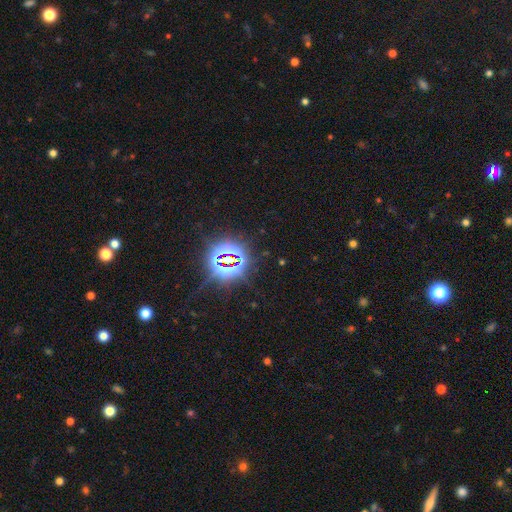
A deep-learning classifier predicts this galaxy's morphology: A star or artifact, not a galaxy (80%).

Vote fractions:
- Smooth or featured? star or artifact: 80% / smooth: 12% / featured or disk: 7%